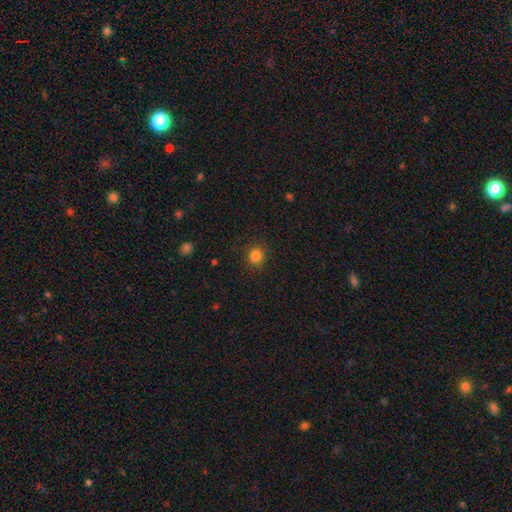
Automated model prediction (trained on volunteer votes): smooth 83%, star or artifact 13%, featured or disk 4%. Down the decision tree: how rounded — round (89%); merging — none (90%).